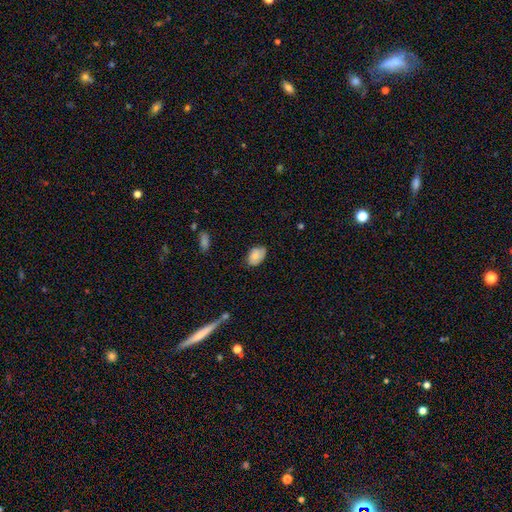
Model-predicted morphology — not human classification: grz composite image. It shows a smooth galaxy with no disk features (78%) that is in between round and cigar-shaped (87%). Merging: none (72%).